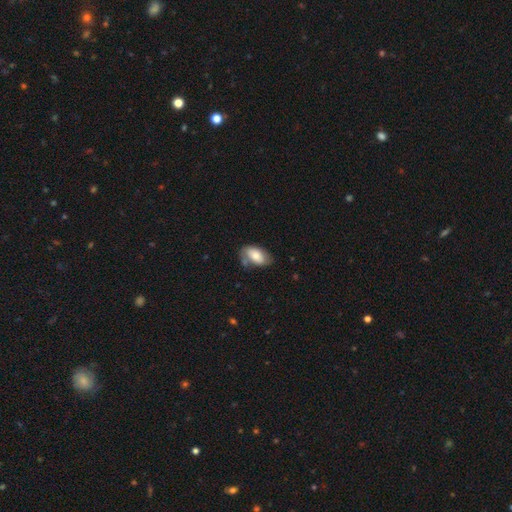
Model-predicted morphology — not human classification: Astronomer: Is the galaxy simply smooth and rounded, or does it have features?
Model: smooth — 70%.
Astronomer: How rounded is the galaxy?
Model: in between — 93%.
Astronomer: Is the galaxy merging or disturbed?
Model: none — 59%.